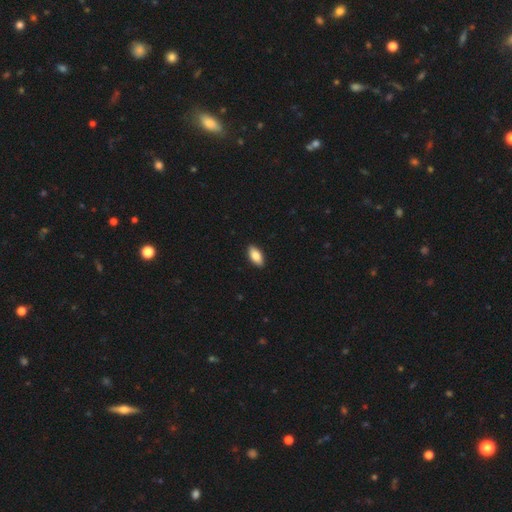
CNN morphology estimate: smooth_or_featured: smooth (p=0.86) [alt: featured or disk p=0.08]
how_rounded: in between (p=0.91) [alt: cigar-shaped p=0.07]
merging: none (p=0.90) [alt: minor disturbance p=0.07]